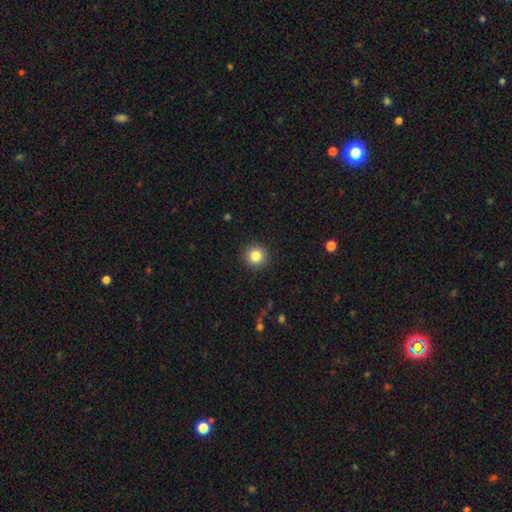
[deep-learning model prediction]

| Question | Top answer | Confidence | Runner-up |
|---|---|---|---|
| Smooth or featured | smooth | 84% | star or artifact (10%) |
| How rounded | round | 95% | in between (4%) |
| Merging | none | 92% | minor disturbance (5%) |